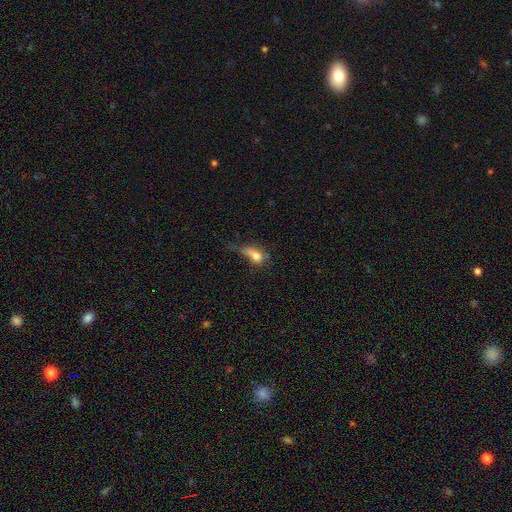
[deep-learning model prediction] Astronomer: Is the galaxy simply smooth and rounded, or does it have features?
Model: smooth — 67%.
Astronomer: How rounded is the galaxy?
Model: in between — 65%.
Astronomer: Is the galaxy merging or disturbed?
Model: major disturbance — 44% (runner-up: minor disturbance, 27%).